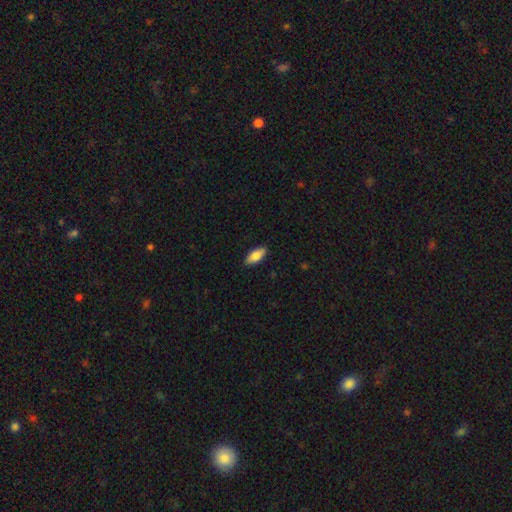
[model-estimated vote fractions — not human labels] This appears to be a smooth galaxy with no disk features (81%) that is in between round and cigar-shaped (82%). Merging: none (88%).